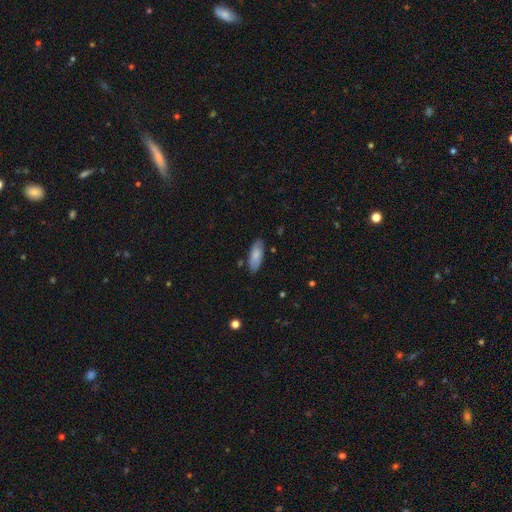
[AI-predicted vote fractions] Q: Smooth or featured?
A: smooth (78%); runner-up: featured or disk (15%)
Q: How rounded?
A: in between (81%); runner-up: cigar-shaped (18%)
Q: Merging?
A: none (81%); runner-up: minor disturbance (14%)